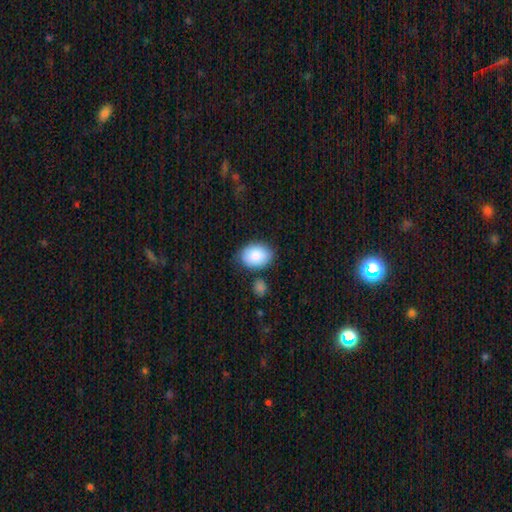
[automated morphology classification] smooth-or-featured: smooth: 86% | featured or disk: 8% | star or artifact: 6%
  how-rounded: in between: 86% | round: 13% | cigar-shaped: 1%
  merging: none: 76% | minor disturbance: 16% | merger: 5% | major disturbance: 4%